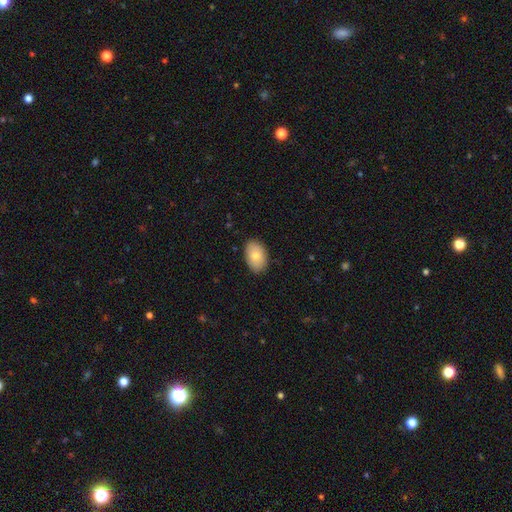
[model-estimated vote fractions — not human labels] A smooth galaxy with no disk features (80%) that is in between round and cigar-shaped (90%).

Vote fractions:
- Smooth or featured? smooth: 80% / featured or disk: 13% / star or artifact: 7%
- How rounded? in between: 90% / round: 9% / cigar-shaped: 1%
- Merging? none: 86% / minor disturbance: 11% / major disturbance: 2% / merger: 1%